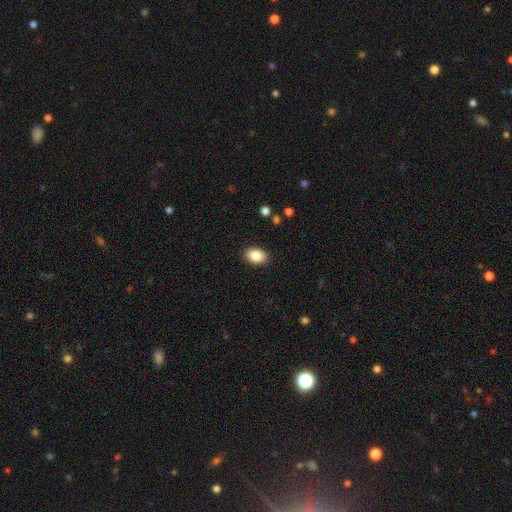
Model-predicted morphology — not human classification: smooth-or-featured: smooth: 87% | star or artifact: 8% | featured or disk: 5%
  how-rounded: in between: 89% | round: 10% | cigar-shaped: 1%
  merging: none: 89% | minor disturbance: 8% | major disturbance: 2% | merger: 1%